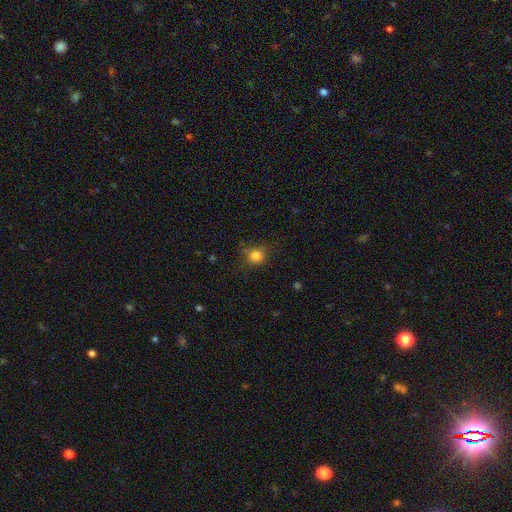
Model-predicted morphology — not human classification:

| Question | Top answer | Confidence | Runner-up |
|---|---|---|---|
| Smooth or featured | smooth | 82% | star or artifact (13%) |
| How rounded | round | 82% | in between (17%) |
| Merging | none | 73% | minor disturbance (18%) |